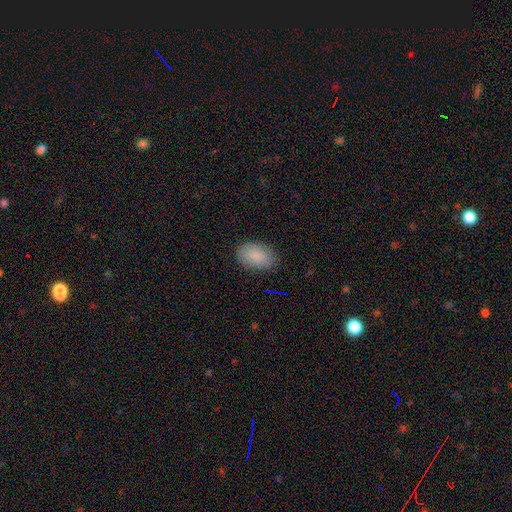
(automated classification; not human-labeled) Smooth or featured: smooth — 88% (star or artifact — 7%)
How rounded: in between — 89% (round — 10%)
Merging: none — 84% (minor disturbance — 12%)